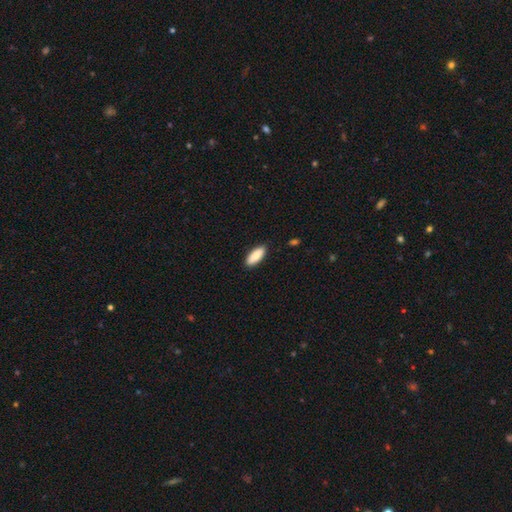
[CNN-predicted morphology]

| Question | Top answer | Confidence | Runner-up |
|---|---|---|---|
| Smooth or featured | smooth | 84% | featured or disk (11%) |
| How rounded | in between | 72% | cigar-shaped (26%) |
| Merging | none | 88% | minor disturbance (9%) |